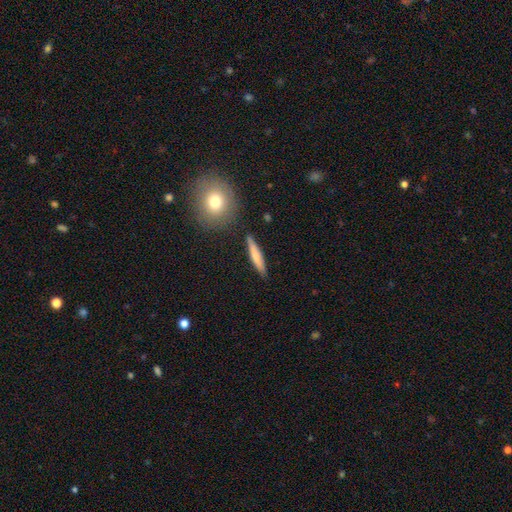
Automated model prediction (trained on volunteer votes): The model was most divided on "smooth or featured": smooth: 68%, featured or disk: 26%, star or artifact: 6%. More confident: how rounded — cigar-shaped (88%); merging — none (84%).